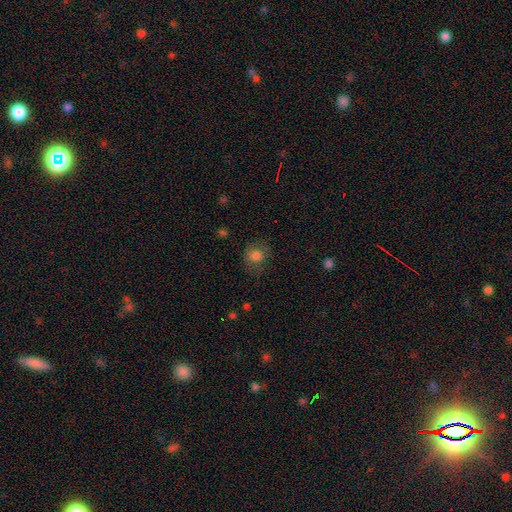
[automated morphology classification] A smooth galaxy with no disk features (78%) that is round (69%).

Vote fractions:
- Smooth or featured? smooth: 78% / star or artifact: 11% / featured or disk: 11%
- How rounded? round: 69% / in between: 30% / cigar-shaped: 1%
- Merging? none: 65% / minor disturbance: 21% / major disturbance: 13% / merger: 1%